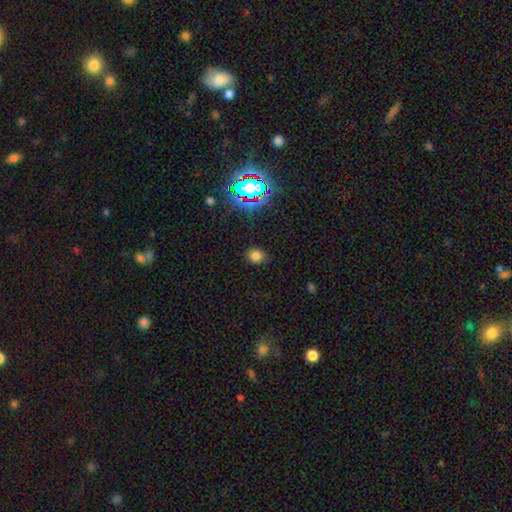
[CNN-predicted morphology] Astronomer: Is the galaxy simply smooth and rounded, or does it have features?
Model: smooth — 75%.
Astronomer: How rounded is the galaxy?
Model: round — 65%.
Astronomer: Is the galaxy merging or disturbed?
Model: none — 85%.